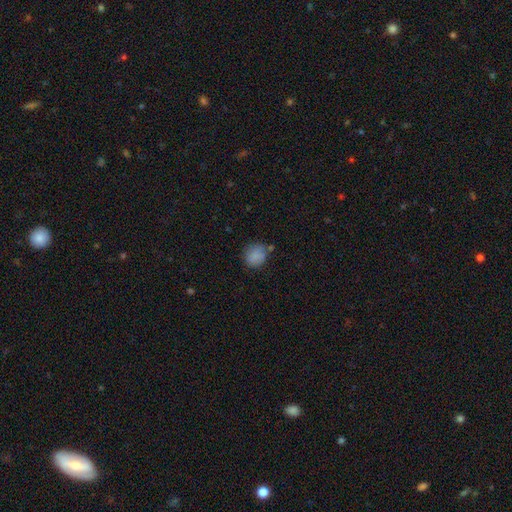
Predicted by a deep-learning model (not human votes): Smooth or featured: smooth — 83% (star or artifact — 9%)
How rounded: round — 75% (in between — 24%)
Merging: none — 65% (minor disturbance — 21%)